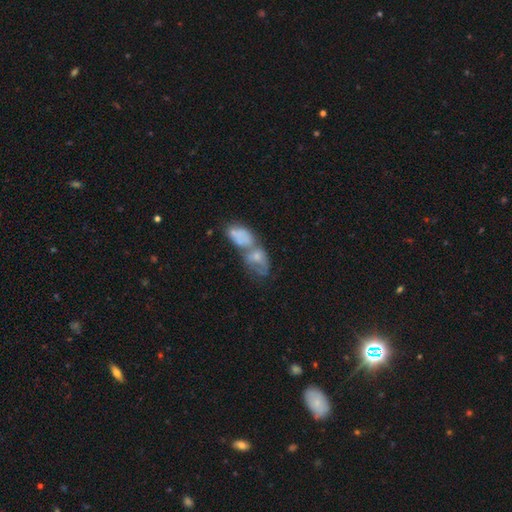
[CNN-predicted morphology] The model was most divided on "smooth or featured": smooth: 52%, featured or disk: 37%, star or artifact: 11%. More confident: how rounded — in between (82%); merging — merger (74%).